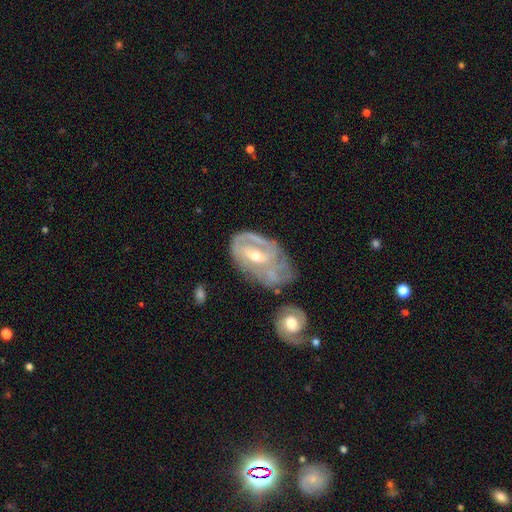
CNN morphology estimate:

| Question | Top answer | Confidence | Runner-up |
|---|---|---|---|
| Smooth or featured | featured or disk | 78% | smooth (15%) |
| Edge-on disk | no | 95% | yes (5%) |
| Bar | weak | 42% | no (33%) |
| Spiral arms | yes | 76% | no (24%) |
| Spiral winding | tight | 54% | medium (32%) |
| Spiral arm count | can't tell | 41% | 2 (33%) |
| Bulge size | moderate | 56% | small (40%) |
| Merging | none | 35% | minor disturbance (28%) |